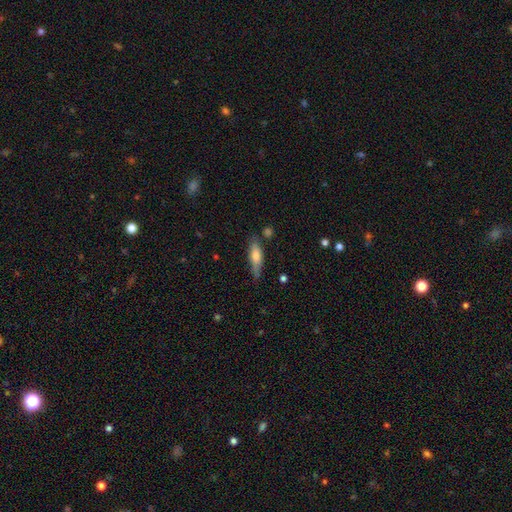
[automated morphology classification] This is likely a smooth galaxy (63%). How rounded: possibly cigar-shaped (56%). Merging: likely none (67%).